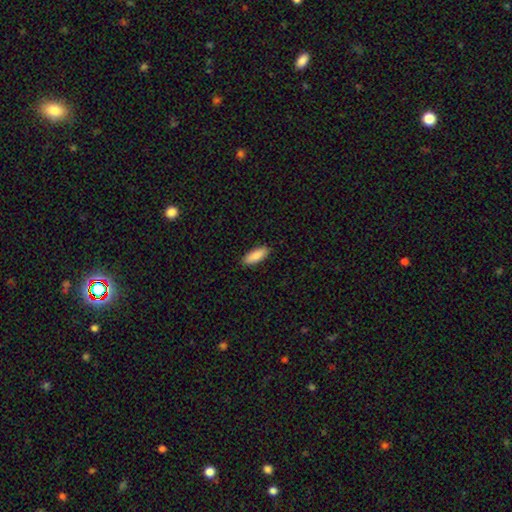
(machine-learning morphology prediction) Smooth or featured? Predicted: smooth (p=0.87). How rounded? Predicted: in between (p=0.71). Merging? Predicted: none (p=0.89).